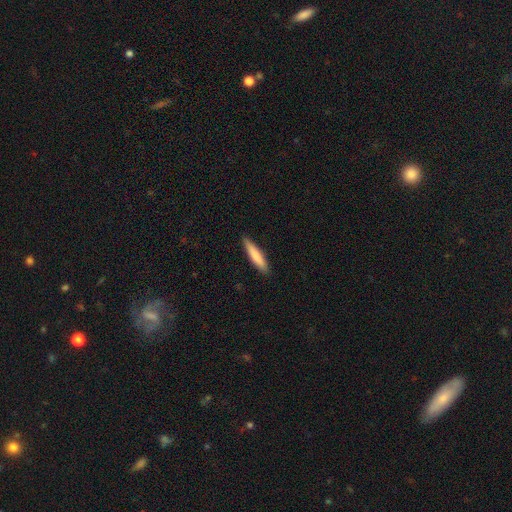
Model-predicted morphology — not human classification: Smooth or featured: smooth — 80% (featured or disk — 15%)
How rounded: cigar-shaped — 89% (in between — 10%)
Merging: none — 89% (minor disturbance — 8%)